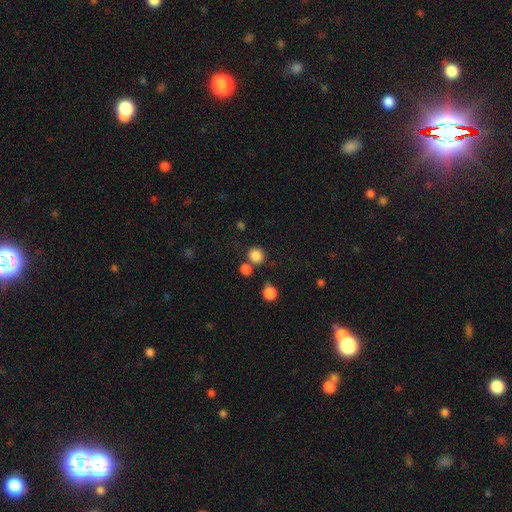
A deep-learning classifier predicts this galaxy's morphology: A smooth galaxy with no disk features (84%) that is round (90%).

Vote fractions:
- Smooth or featured? smooth: 84% / star or artifact: 12% / featured or disk: 4%
- How rounded? round: 90% / in between: 9% / cigar-shaped: 1%
- Merging? none: 74% / merger: 14% / minor disturbance: 9% / major disturbance: 3%